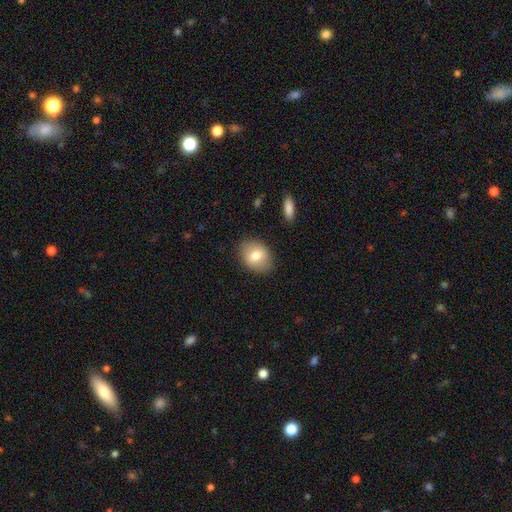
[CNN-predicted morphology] smooth-or-featured: smooth: 75% | featured or disk: 17% | star or artifact: 7%
  how-rounded: in between: 62% | round: 36% | cigar-shaped: 1%
  merging: none: 85% | minor disturbance: 11% | major disturbance: 3% | merger: 1%